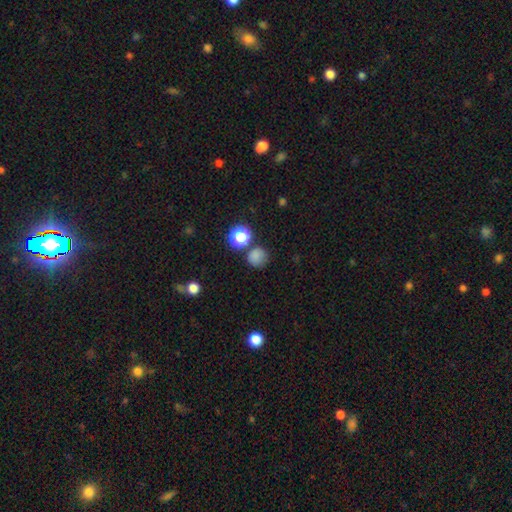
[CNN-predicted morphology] smooth-or-featured: smooth: 77% | star or artifact: 17% | featured or disk: 6%
  how-rounded: round: 90% | in between: 9% | cigar-shaped: 1%
  merging: none: 73% | minor disturbance: 12% | merger: 11% | major disturbance: 4%